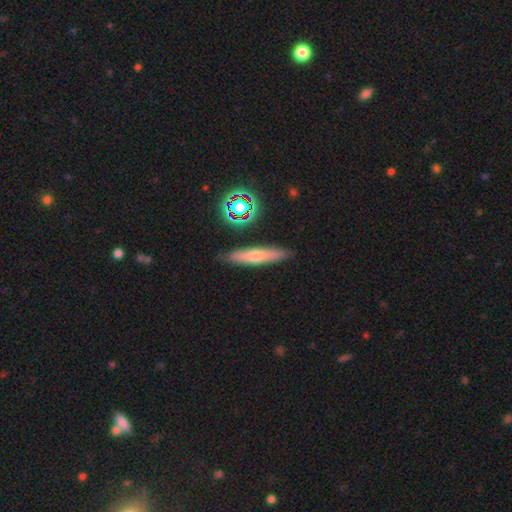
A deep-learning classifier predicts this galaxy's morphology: Smooth or featured? smooth (54%)
How rounded? cigar-shaped (83%)
Merging? none (86%)